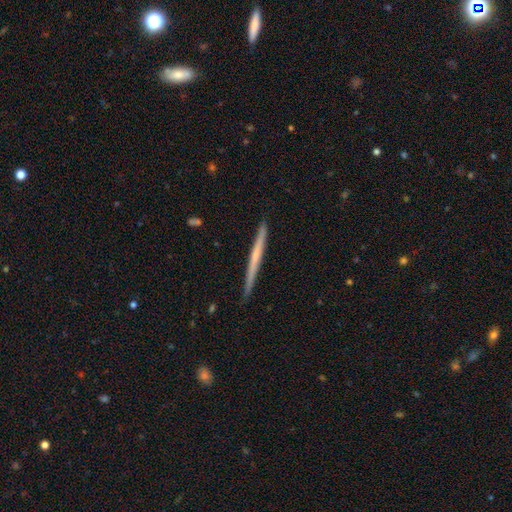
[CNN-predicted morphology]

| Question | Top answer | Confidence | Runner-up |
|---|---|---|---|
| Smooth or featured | featured or disk | 56% | smooth (39%) |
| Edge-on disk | yes | 98% | no (2%) |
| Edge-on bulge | none | 73% | rounded (22%) |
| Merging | none | 89% | minor disturbance (8%) |